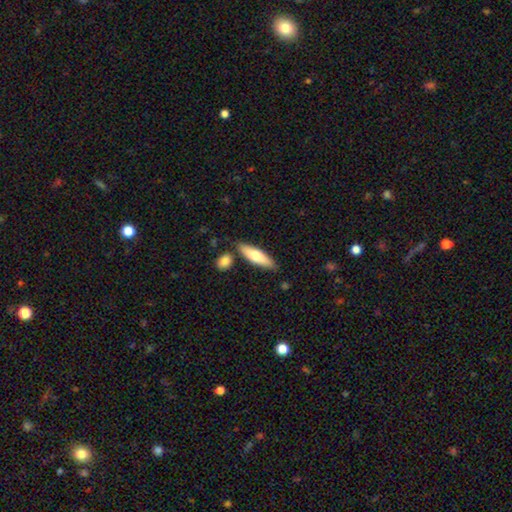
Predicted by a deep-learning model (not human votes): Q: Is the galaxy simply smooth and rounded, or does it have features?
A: smooth — 67%.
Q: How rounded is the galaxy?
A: cigar-shaped — 55%.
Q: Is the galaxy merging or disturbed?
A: none — 80%.